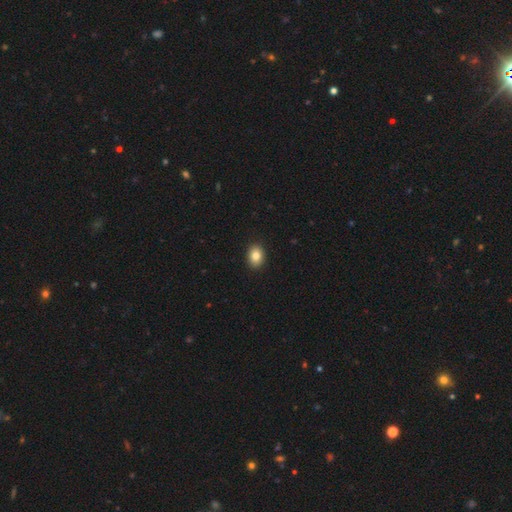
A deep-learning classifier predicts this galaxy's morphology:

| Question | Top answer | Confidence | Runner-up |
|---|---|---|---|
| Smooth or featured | smooth | 84% | star or artifact (9%) |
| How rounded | in between | 66% | round (33%) |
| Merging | none | 92% | minor disturbance (6%) |